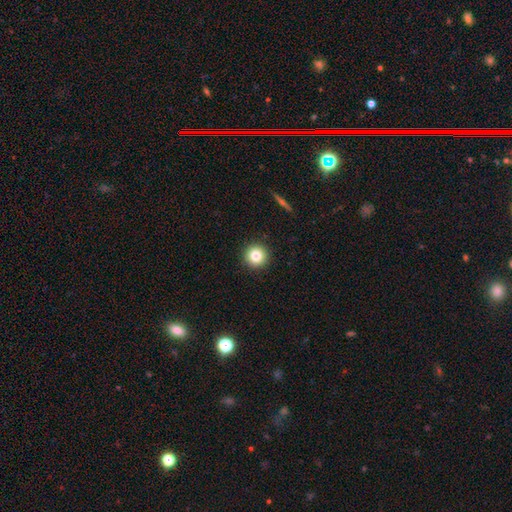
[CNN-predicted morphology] A smooth galaxy with no disk features (81%) that is round (96%).

Vote fractions:
- Smooth or featured? smooth: 81% / star or artifact: 10% / featured or disk: 8%
- How rounded? round: 96% / in between: 3% / cigar-shaped: 1%
- Merging? none: 93% / minor disturbance: 5% / major disturbance: 2% / merger: 1%